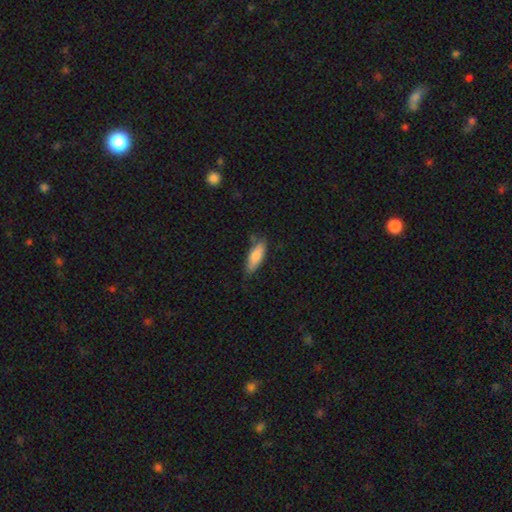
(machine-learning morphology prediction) This is likely a smooth galaxy (77%). How rounded: possibly in between (59%). Merging: likely none (71%).